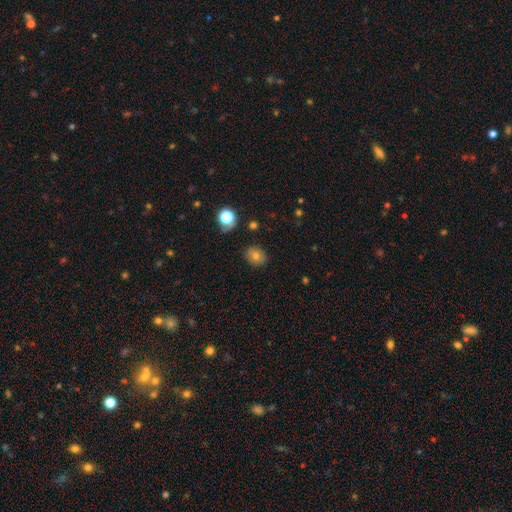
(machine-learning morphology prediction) This is likely a smooth galaxy (75%). How rounded: likely round (65%). Merging: clearly none (85%).